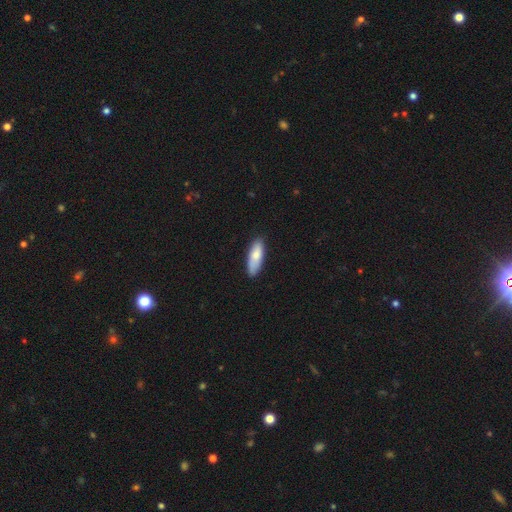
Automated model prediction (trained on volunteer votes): smooth_or_featured: smooth (p=0.80) [alt: featured or disk p=0.15]
how_rounded: in between (p=0.58) [alt: cigar-shaped p=0.40]
merging: none (p=0.83) [alt: minor disturbance p=0.14]